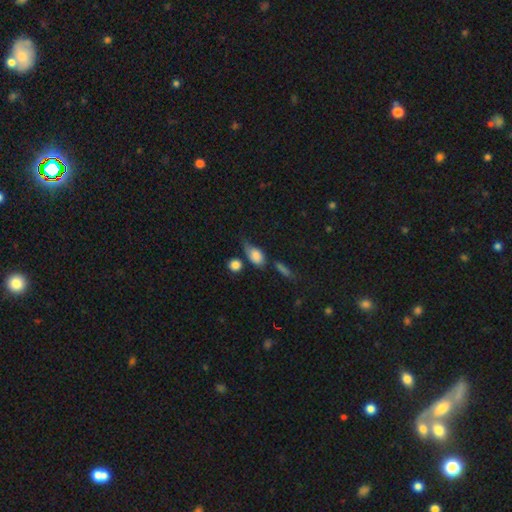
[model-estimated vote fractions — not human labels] A smooth galaxy with no disk features (77%) that is in between round and cigar-shaped (79%).

Vote fractions:
- Smooth or featured? smooth: 77% / featured or disk: 14% / star or artifact: 9%
- How rounded? in between: 79% / round: 14% / cigar-shaped: 7%
- Merging? none: 43% / minor disturbance: 32% / major disturbance: 14% / merger: 12%